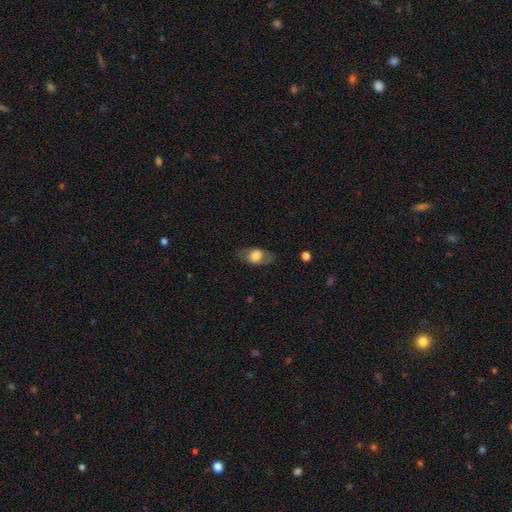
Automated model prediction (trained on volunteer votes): A smooth galaxy with no disk features (60%) that is in between round and cigar-shaped (83%).

Vote fractions:
- Smooth or featured? smooth: 60% / featured or disk: 33% / star or artifact: 7%
- How rounded? in between: 83% / round: 12% / cigar-shaped: 4%
- Merging? none: 77% / minor disturbance: 15% / major disturbance: 7% / merger: 1%